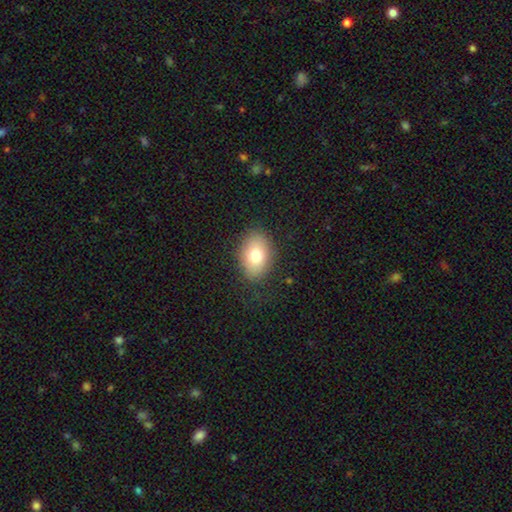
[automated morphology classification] Smooth or featured? Predicted: smooth (p=0.76). How rounded? Predicted: in between (p=0.79). Merging? Predicted: none (p=0.83).